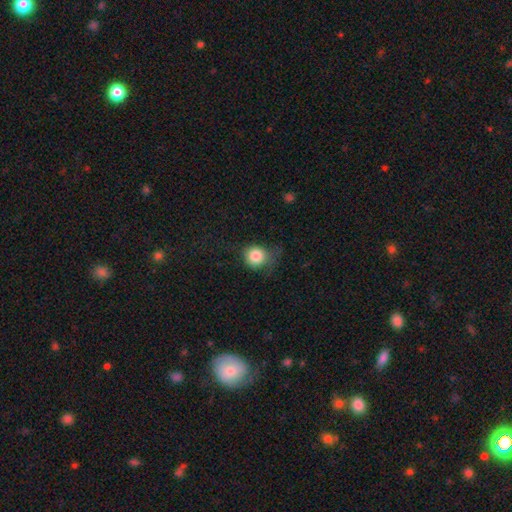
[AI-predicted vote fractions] The model was most divided on "merging": none: 58%, minor disturbance: 28%, major disturbance: 12%, merger: 2%. More confident: how rounded — round (84%); smooth or featured — smooth (82%).